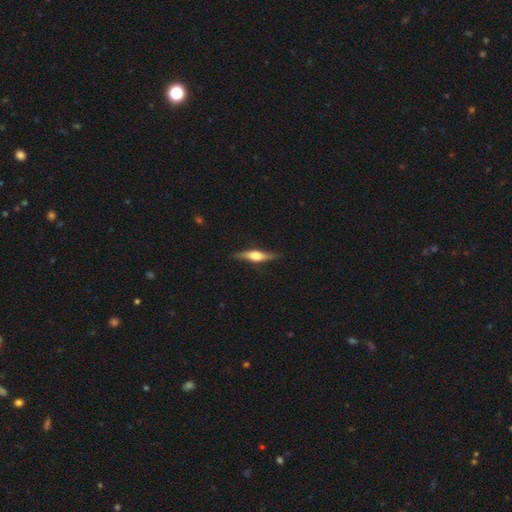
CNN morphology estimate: featured or disk 65%, smooth 29%, star or artifact 6%. Down the decision tree: edge-on disk — yes (95%); edge-on bulge — rounded (89%); merging — none (84%).